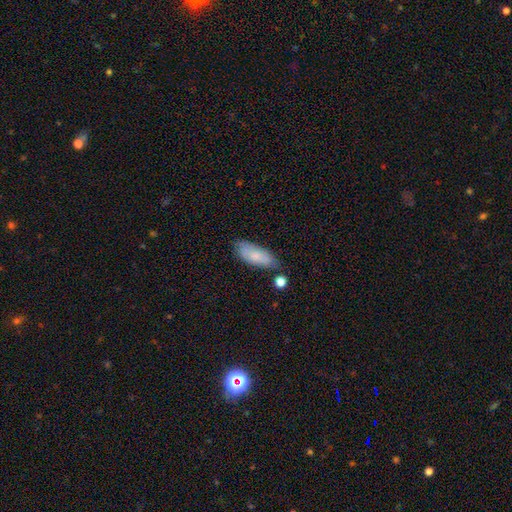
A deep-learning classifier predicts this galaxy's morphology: smooth 74%, featured or disk 19%, star or artifact 7%. Down the decision tree: how rounded — in between (78%); merging — none (64%).